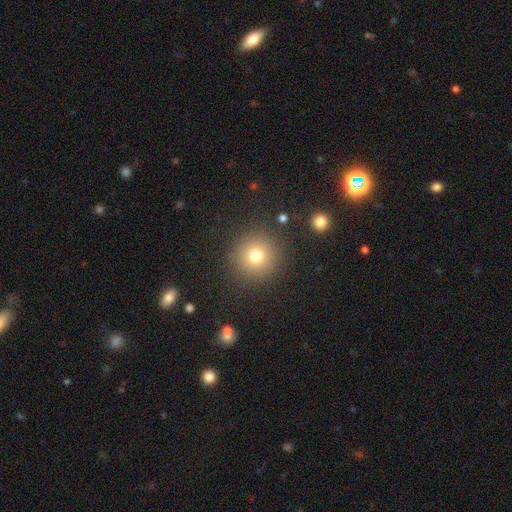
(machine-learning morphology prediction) smooth 76%, star or artifact 15%, featured or disk 10%. Down the decision tree: how rounded — round (95%); merging — none (88%).